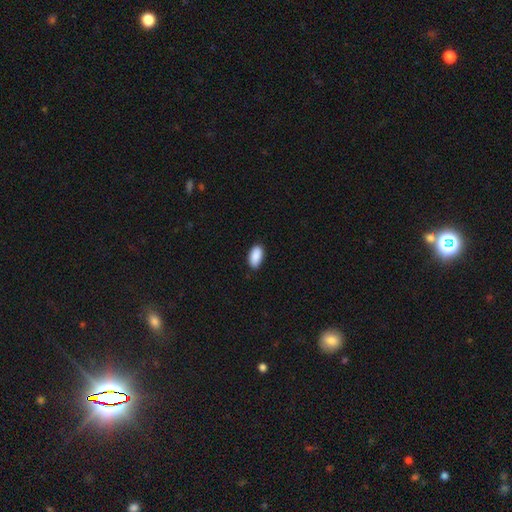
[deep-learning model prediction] Smooth or featured? Predicted: smooth (p=0.90). How rounded? Predicted: in between (p=0.94). Merging? Predicted: none (p=0.86).